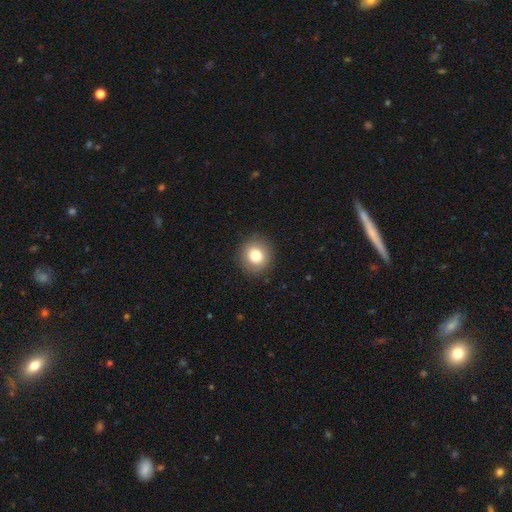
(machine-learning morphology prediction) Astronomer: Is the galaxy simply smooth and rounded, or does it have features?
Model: smooth — 79%.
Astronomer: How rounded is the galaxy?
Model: round — 91%.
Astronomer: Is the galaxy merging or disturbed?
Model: none — 90%.